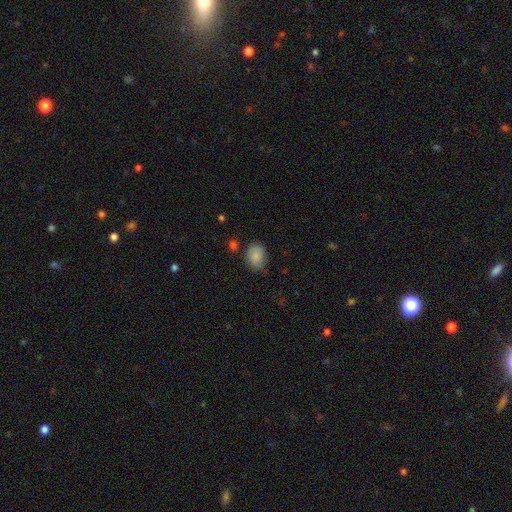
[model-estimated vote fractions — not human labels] The model was most divided on "how rounded": in between: 73%, round: 26%, cigar-shaped: 1%. More confident: smooth or featured — smooth (85%); merging — none (77%).